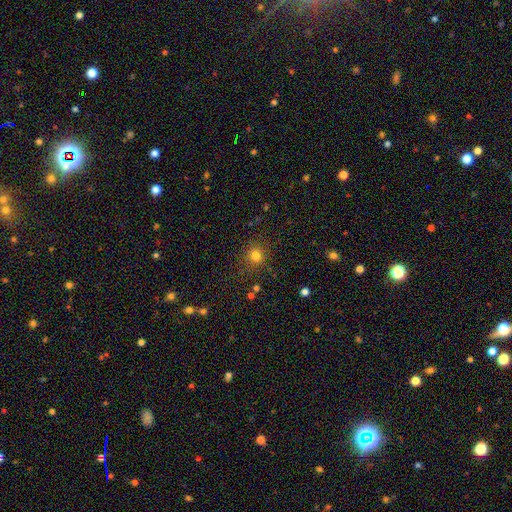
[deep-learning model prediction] This is likely a smooth galaxy (78%). How rounded: clearly round (85%). Merging: clearly none (85%).